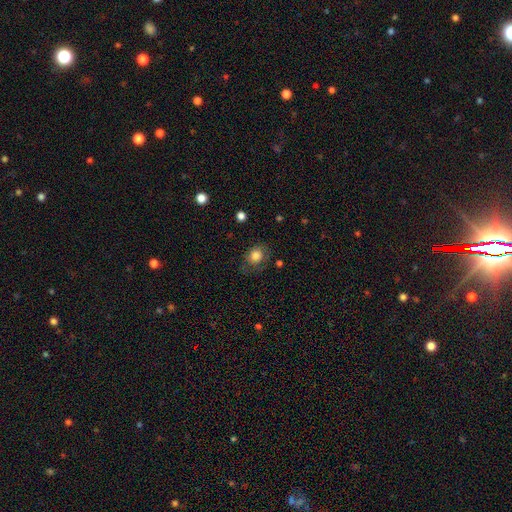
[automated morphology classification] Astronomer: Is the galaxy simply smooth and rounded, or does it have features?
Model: smooth — 77%.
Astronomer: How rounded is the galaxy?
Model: round — 58% (runner-up: in between, 41%).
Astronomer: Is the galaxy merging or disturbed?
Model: none — 67%.